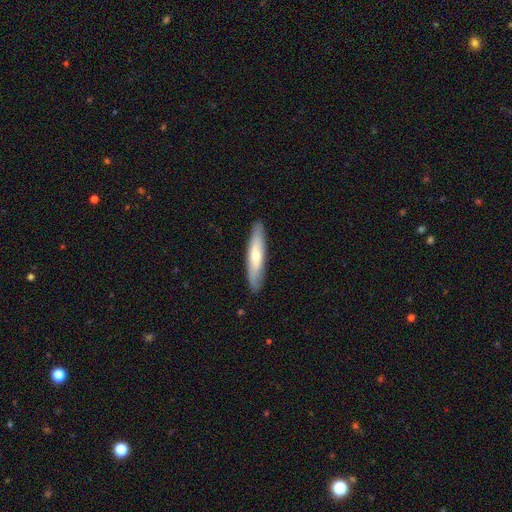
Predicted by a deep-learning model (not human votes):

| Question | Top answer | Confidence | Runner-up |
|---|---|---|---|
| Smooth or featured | smooth | 56% | featured or disk (39%) |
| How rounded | cigar-shaped | 85% | in between (14%) |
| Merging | none | 89% | minor disturbance (8%) |